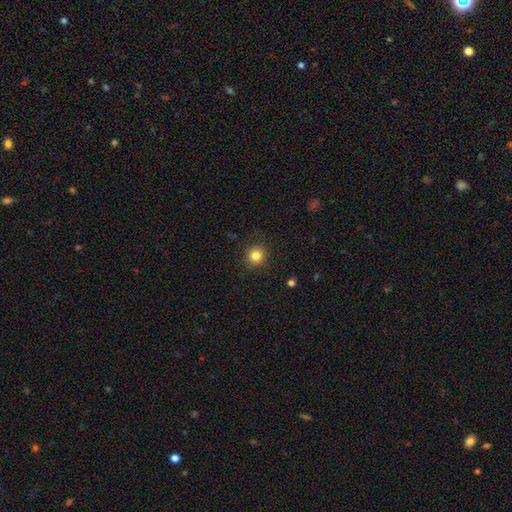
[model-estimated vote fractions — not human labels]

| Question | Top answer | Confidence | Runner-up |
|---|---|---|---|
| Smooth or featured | smooth | 83% | star or artifact (12%) |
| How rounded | round | 90% | in between (9%) |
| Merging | none | 89% | minor disturbance (7%) |